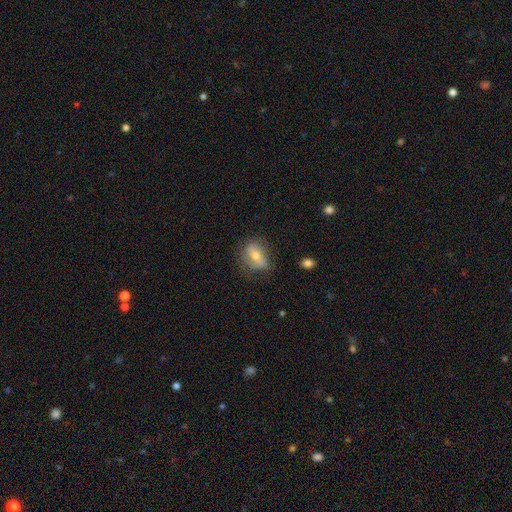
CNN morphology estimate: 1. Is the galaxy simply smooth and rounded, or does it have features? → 57% smooth, 35% featured or disk, 8% star or artifact.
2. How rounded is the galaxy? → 71% in between, 26% round, 4% cigar-shaped.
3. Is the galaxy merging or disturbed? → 63% none, 25% minor disturbance, 10% major disturbance, 2% merger.